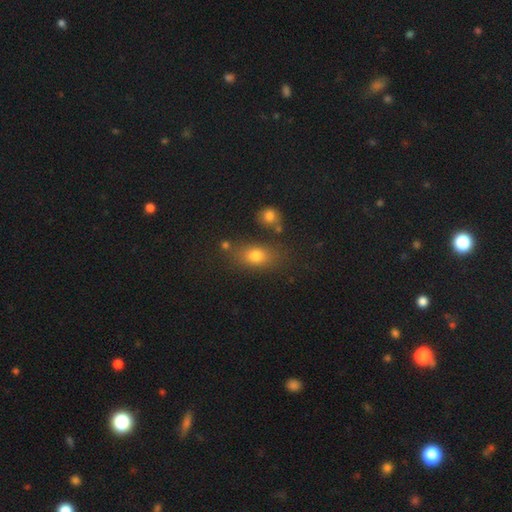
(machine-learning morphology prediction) Smooth or featured? Predicted: smooth (p=0.73). How rounded? Predicted: in between (p=0.70). Merging? Predicted: none (p=0.71).